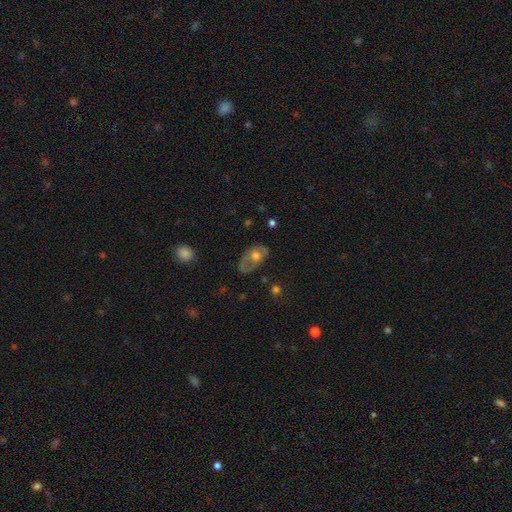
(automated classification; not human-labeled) The model was most divided on "smooth or featured": smooth: 50%, featured or disk: 42%, star or artifact: 8%. Remaining: how rounded — in between (83%); merging — none (48%).